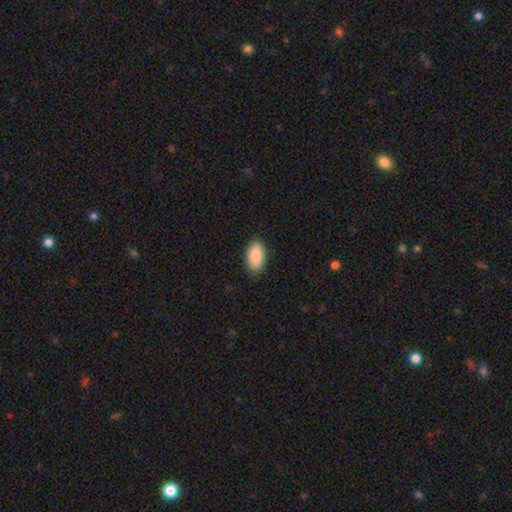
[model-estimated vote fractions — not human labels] smooth-or-featured: smooth: 89% | star or artifact: 6% | featured or disk: 5%
  how-rounded: in between: 95% | round: 3% | cigar-shaped: 2%
  merging: none: 86% | minor disturbance: 11% | major disturbance: 2% | merger: 1%